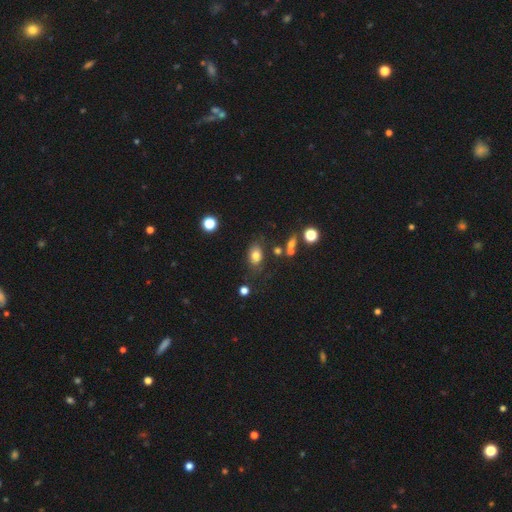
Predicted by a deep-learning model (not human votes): smooth-or-featured: smooth: 78% | star or artifact: 11% | featured or disk: 11%
  how-rounded: in between: 77% | round: 21% | cigar-shaped: 2%
  merging: none: 74% | minor disturbance: 16% | major disturbance: 5% | merger: 5%